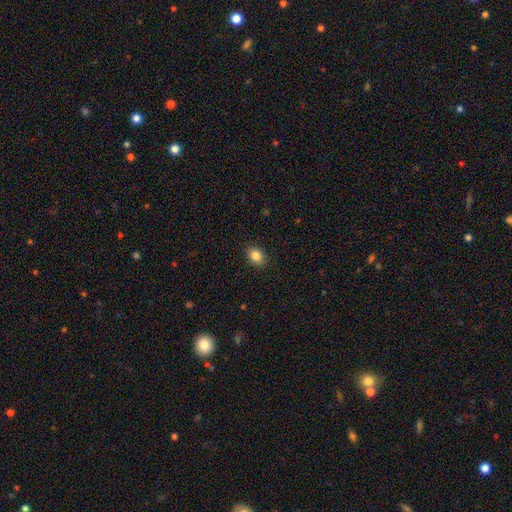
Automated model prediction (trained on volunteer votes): smooth 85%, star or artifact 9%, featured or disk 6%. Down the decision tree: how rounded — in between (75%); merging — none (89%).